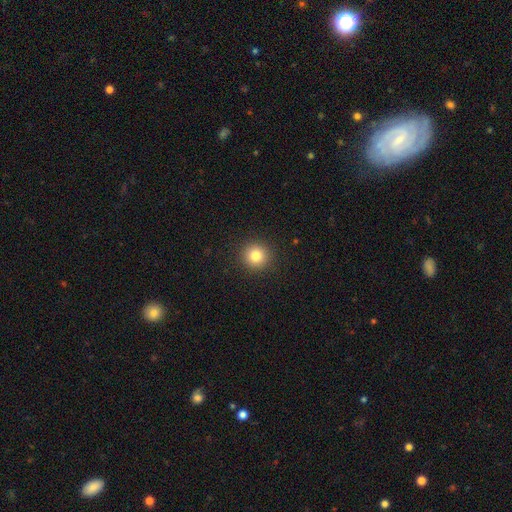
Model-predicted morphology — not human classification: smooth-or-featured: smooth: 83% | star or artifact: 11% | featured or disk: 6%
  how-rounded: round: 94% | in between: 5% | cigar-shaped: 1%
  merging: none: 92% | minor disturbance: 5% | major disturbance: 2% | merger: 1%